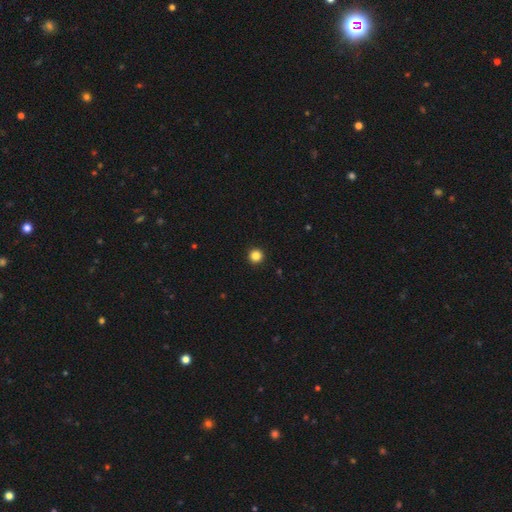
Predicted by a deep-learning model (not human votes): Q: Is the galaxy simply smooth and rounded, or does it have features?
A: smooth — 85%.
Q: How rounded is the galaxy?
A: round — 96%.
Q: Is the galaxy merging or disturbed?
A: none — 94%.